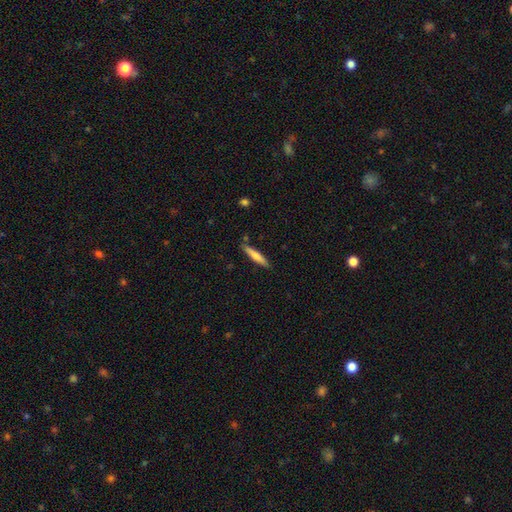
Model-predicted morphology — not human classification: A smooth galaxy with no disk features (67%) that is cigar-shaped (90%). Merging: none (86%).